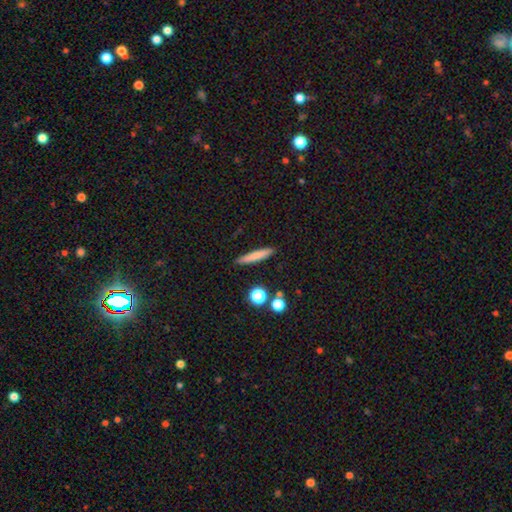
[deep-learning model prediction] Q: Smooth or featured?
A: smooth (74%); runner-up: featured or disk (17%)
Q: How rounded?
A: cigar-shaped (91%); runner-up: in between (7%)
Q: Merging?
A: none (88%); runner-up: minor disturbance (8%)